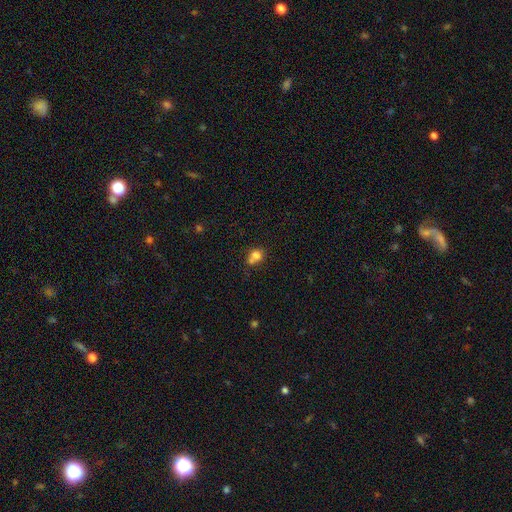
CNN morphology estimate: This is likely a smooth galaxy (77%). How rounded: likely round (75%). Merging: marginally none (43%).